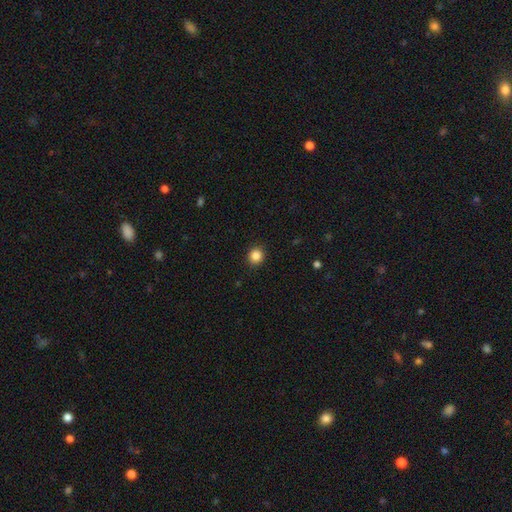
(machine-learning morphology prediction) smooth-or-featured: smooth: 86% | star or artifact: 11% | featured or disk: 4%
  how-rounded: round: 88% | in between: 11% | cigar-shaped: 1%
  merging: none: 91% | minor disturbance: 6% | major disturbance: 2% | merger: 1%